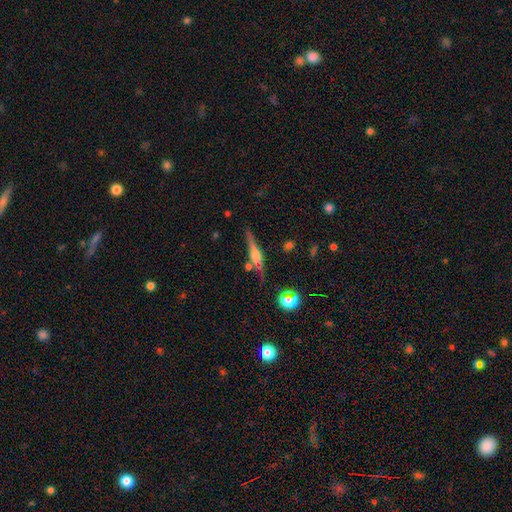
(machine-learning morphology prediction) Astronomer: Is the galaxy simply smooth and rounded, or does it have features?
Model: featured or disk — 72%.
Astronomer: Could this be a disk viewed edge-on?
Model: yes — 96%.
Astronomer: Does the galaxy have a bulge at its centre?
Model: rounded — 72%.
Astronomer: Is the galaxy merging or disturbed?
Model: none — 76%.